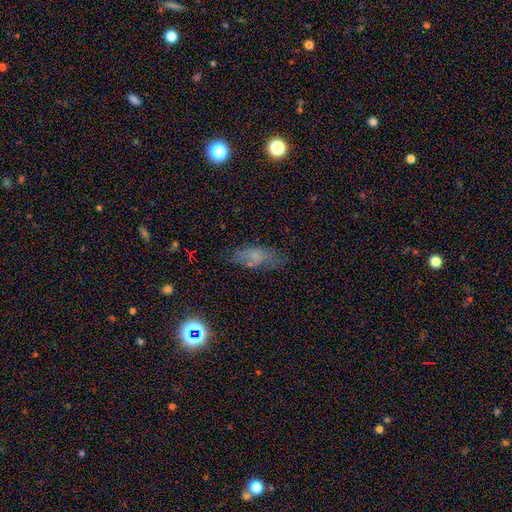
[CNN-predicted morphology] The model was most divided on "smooth or featured": smooth: 56%, featured or disk: 26%, star or artifact: 18%. More confident: how rounded — in between (75%); merging — none (68%).